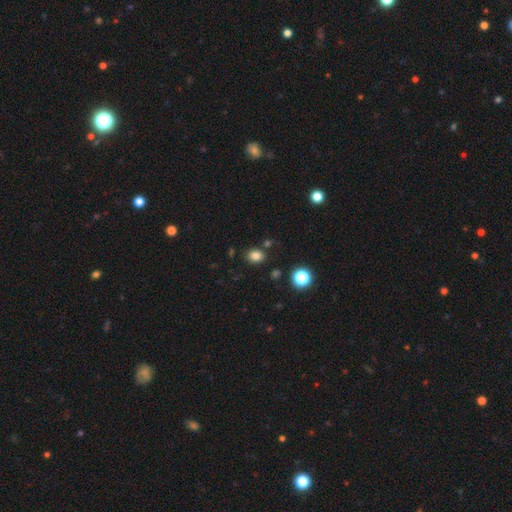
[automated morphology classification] Overall: smooth (81%). How rounded: round (51%; in between 49%). Merging: none (82%).